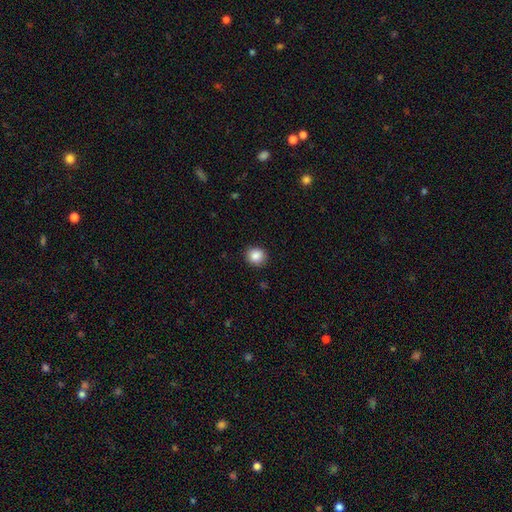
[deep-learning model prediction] This is clearly a smooth galaxy (87%). How rounded: clearly round (82%). Merging: clearly none (88%).